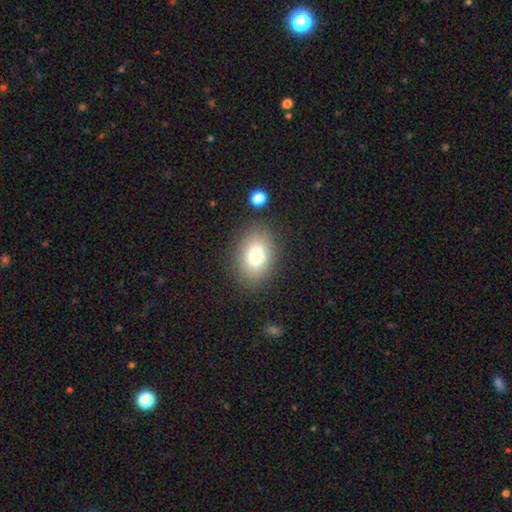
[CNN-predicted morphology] Smooth or featured? Predicted: smooth (p=0.76). How rounded? Predicted: in between (p=0.70). Merging? Predicted: none (p=0.82).